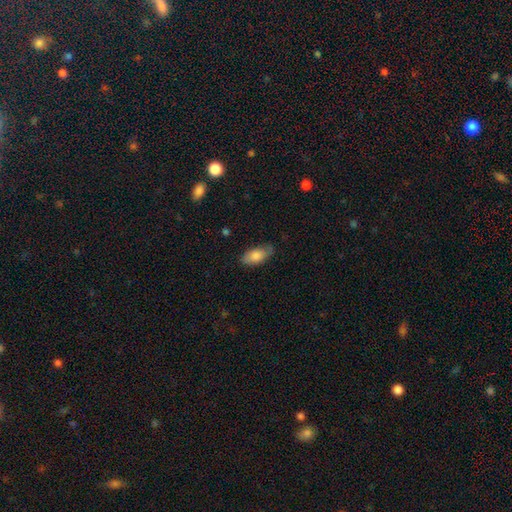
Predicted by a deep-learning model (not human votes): A smooth galaxy with no disk features (81%) that is in between round and cigar-shaped (90%).

Vote fractions:
- Smooth or featured? smooth: 81% / featured or disk: 13% / star or artifact: 6%
- How rounded? in between: 90% / cigar-shaped: 7% / round: 3%
- Merging? none: 75% / minor disturbance: 20% / major disturbance: 4% / merger: 1%